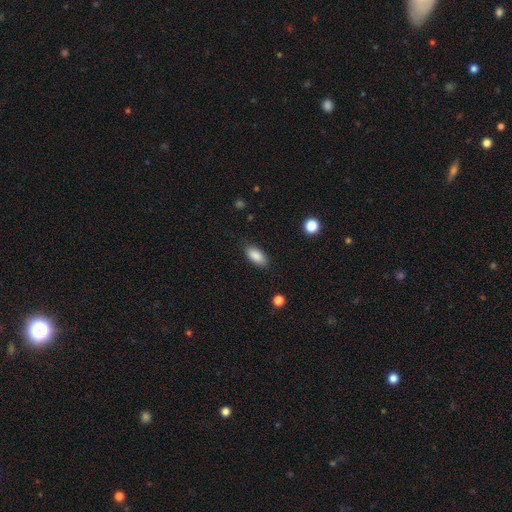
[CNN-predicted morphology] Smooth or featured: smooth — 88% (star or artifact — 7%)
How rounded: in between — 88% (cigar-shaped — 9%)
Merging: none — 84% (minor disturbance — 12%)